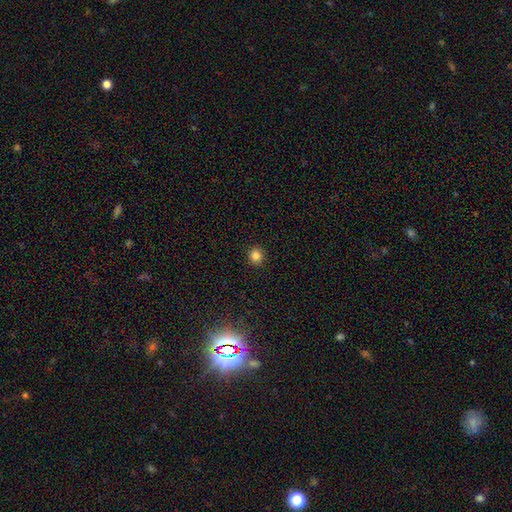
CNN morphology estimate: This appears to be a smooth galaxy with no disk features (83%) that is round (90%). Merging: none (92%).